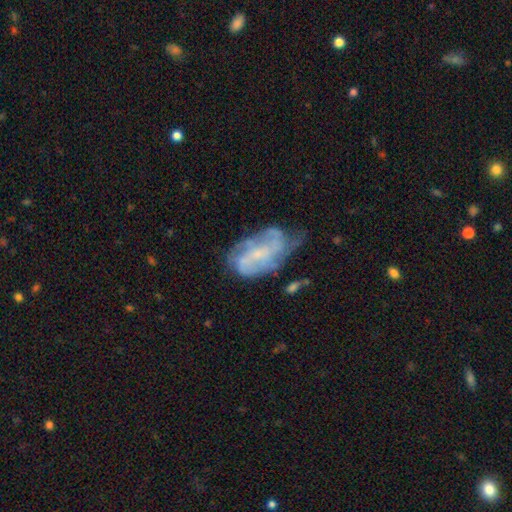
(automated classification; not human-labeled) smooth_or_featured: featured or disk (p=0.75) [alt: smooth p=0.16]
disk_edge_on: no (p=0.96) [alt: yes p=0.04]
bar: no (p=0.48) [alt: weak p=0.38]
has_spiral_arms: yes (p=0.86) [alt: no p=0.14]
spiral_winding: medium (p=0.42) [alt: tight p=0.35]
spiral_arm_count: can't tell (p=0.31) [alt: 2 p=0.27]
bulge_size: small (p=0.59) [alt: none p=0.20]
merging: none (p=0.51) [alt: minor disturbance p=0.27]